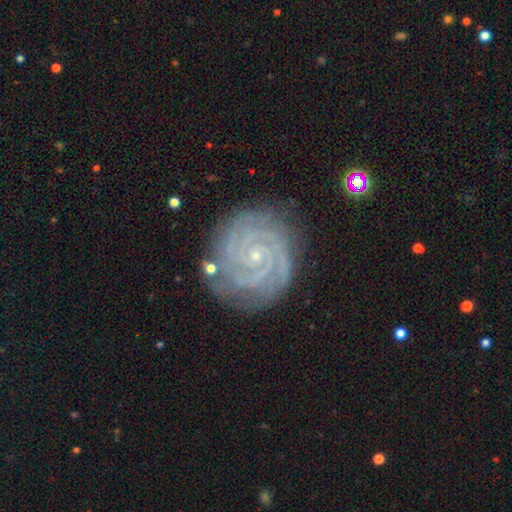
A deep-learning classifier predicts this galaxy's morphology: Smooth or featured?
  - featured or disk: 91% *
  - star or artifact: 6%
  - smooth: 3%
Edge-on disk?
  - no: 98% *
  - yes: 2%
Bar?
  - no: 70% *
  - weak: 21%
  - strong: 9%
Spiral arms?
  - yes: 99% *
  - no: 1%
Spiral winding?
  - tight: 85% *
  - medium: 14%
  - loose: 2%
Spiral arm count?
  - 3: 28% *
  - 4: 24%
  - 2: 21%
  - can't tell: 10%
  - more than 4: 9%
  - 1: 7%
Bulge size?
  - small: 88% *
  - moderate: 8%
  - none: 2%
  - large: 1%
  - dominant: 1%
Merging?
  - none: 81% *
  - minor disturbance: 14%
  - major disturbance: 4%
  - merger: 2%